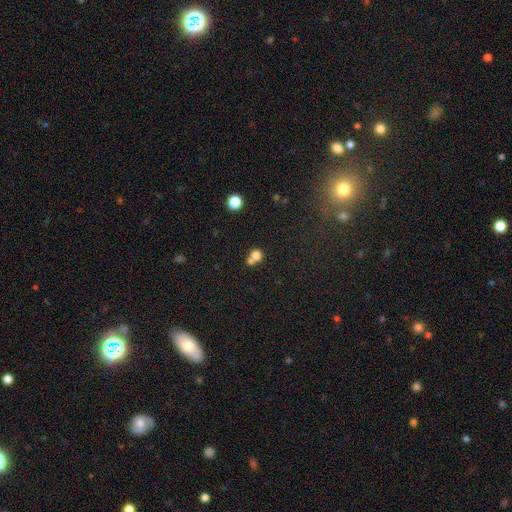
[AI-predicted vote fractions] Morphology: type=smooth (76%); roundness=round (82%); merging=merger (54%).